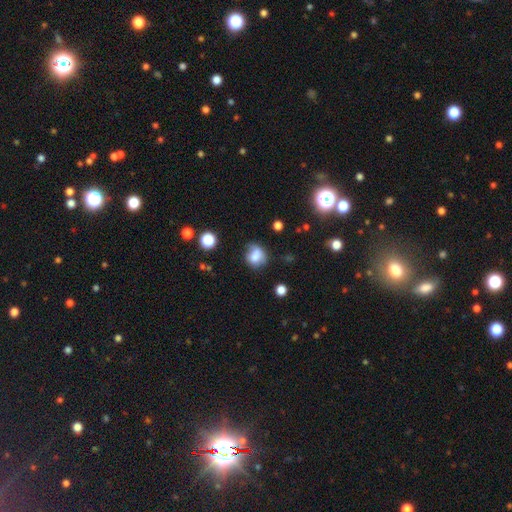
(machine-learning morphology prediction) Smooth or featured? Predicted: smooth (p=0.77). How rounded? Predicted: round (p=0.65). Merging? Predicted: none (p=0.55).